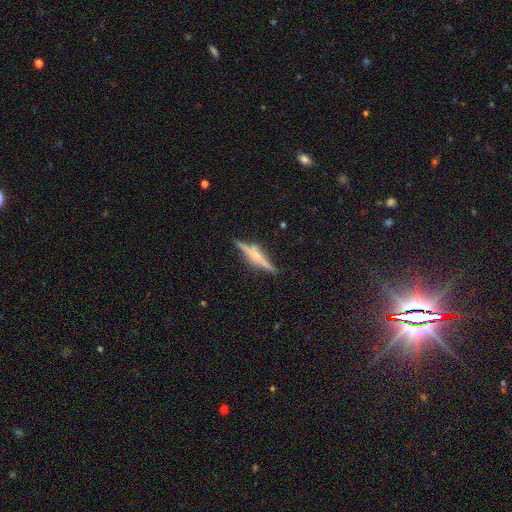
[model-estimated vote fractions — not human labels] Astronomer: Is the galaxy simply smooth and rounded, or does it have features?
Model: featured or disk — 70%.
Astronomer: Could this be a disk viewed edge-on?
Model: yes — 97%.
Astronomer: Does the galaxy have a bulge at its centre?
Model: rounded — 76%.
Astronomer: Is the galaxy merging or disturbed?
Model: none — 84%.